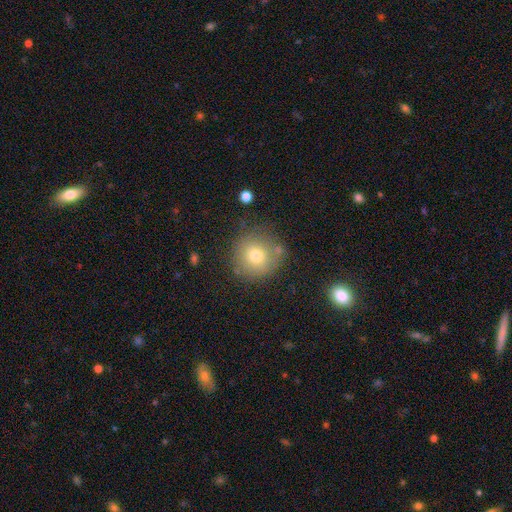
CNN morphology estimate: Smooth or featured?
  - smooth: 74% *
  - featured or disk: 13%
  - star or artifact: 13%
How rounded?
  - round: 94% *
  - in between: 5%
  - cigar-shaped: 1%
Merging?
  - none: 78% *
  - minor disturbance: 12%
  - merger: 6%
  - major disturbance: 4%